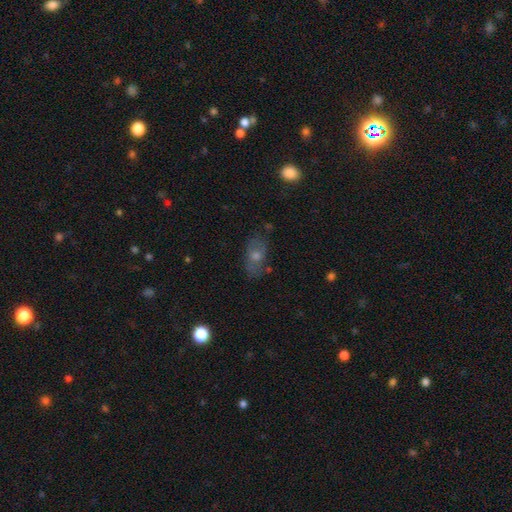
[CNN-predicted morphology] smooth_or_featured: featured or disk (p=0.42) [alt: smooth p=0.41]
merging: none (p=0.73) [alt: minor disturbance p=0.17]